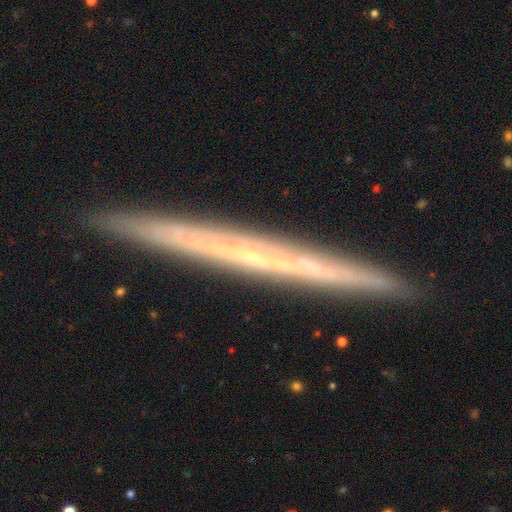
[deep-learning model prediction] This appears to be a featured or disk galaxy (72%) viewed edge-on (97%) with no central bulge (88%). Merging: none (92%).